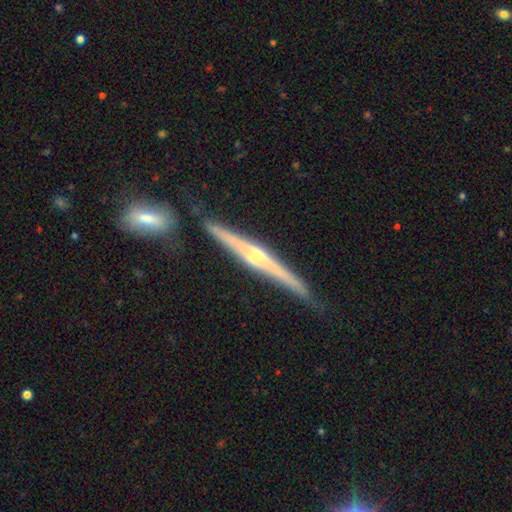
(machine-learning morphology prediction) featured or disk 81%, smooth 13%, star or artifact 6%. Down the decision tree: edge-on disk — yes (98%); edge-on bulge — rounded (81%); merging — none (80%).